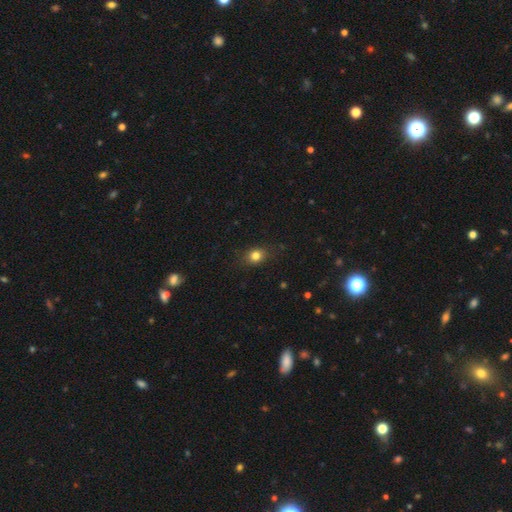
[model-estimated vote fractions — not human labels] This is likely a smooth galaxy (79%). How rounded: possibly round (56%). Merging: clearly none (81%).